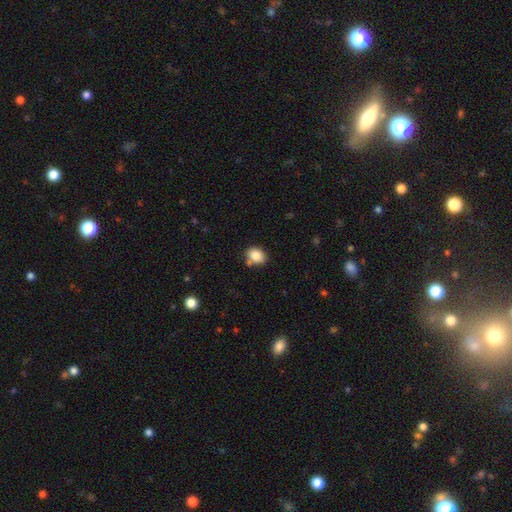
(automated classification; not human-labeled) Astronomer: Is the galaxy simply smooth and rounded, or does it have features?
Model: smooth — 84%.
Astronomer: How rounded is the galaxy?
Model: in between — 56% (runner-up: round, 43%).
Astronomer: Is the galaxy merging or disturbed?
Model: none — 72%.